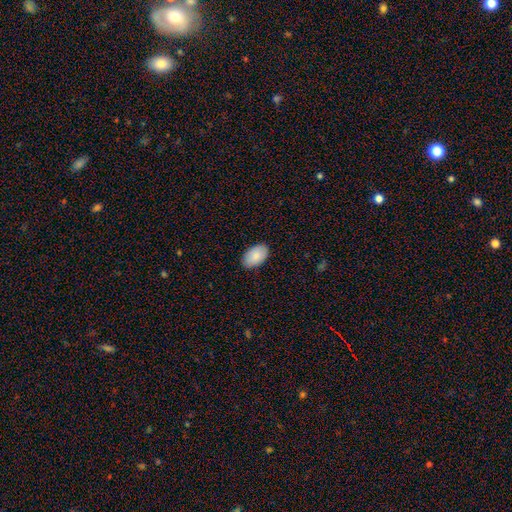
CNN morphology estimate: Q: Smooth or featured?
A: smooth (87%); runner-up: featured or disk (8%)
Q: How rounded?
A: in between (94%); runner-up: round (5%)
Q: Merging?
A: none (88%); runner-up: minor disturbance (9%)